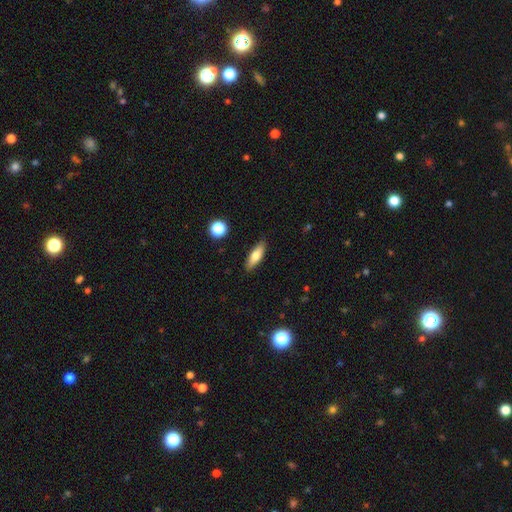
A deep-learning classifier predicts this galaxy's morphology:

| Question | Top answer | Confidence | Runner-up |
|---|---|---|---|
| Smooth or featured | smooth | 71% | featured or disk (22%) |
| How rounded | in between | 53% | cigar-shaped (44%) |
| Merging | none | 88% | minor disturbance (9%) |